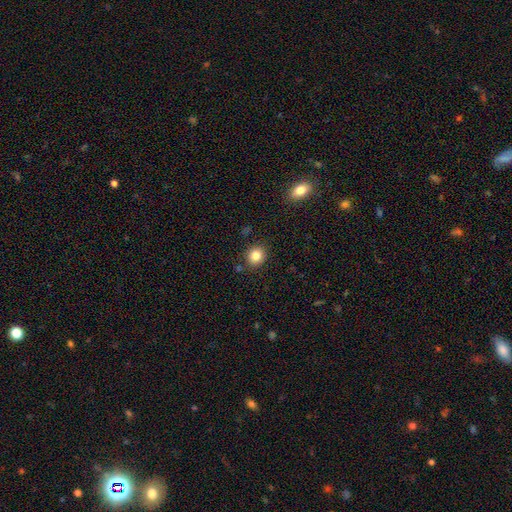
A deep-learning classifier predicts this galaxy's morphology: type=smooth (83%); roundness=round (75%); merging=none (86%).